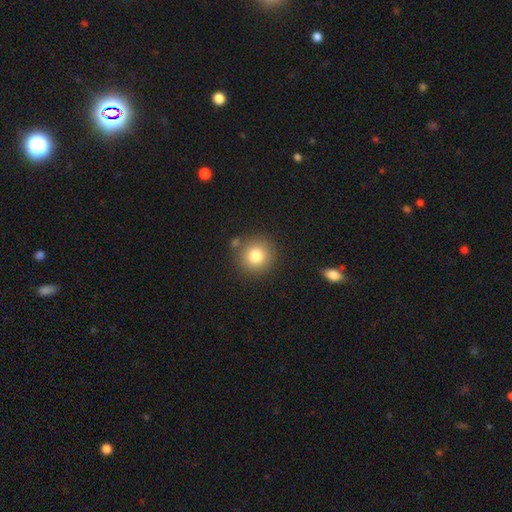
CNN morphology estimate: smooth-or-featured: smooth: 81% | star or artifact: 11% | featured or disk: 9%
  how-rounded: round: 92% | in between: 7% | cigar-shaped: 1%
  merging: none: 83% | minor disturbance: 9% | merger: 5% | major disturbance: 3%